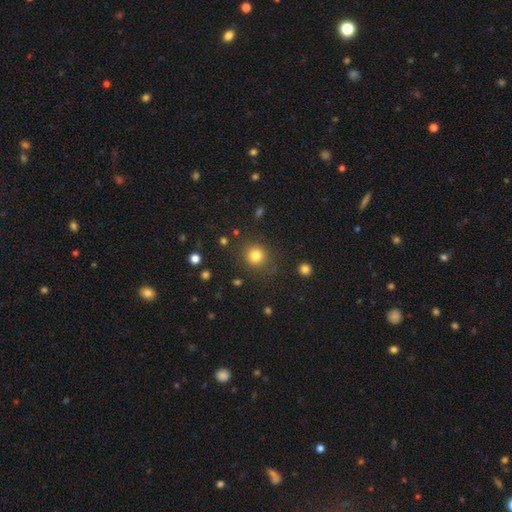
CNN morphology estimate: Smooth or featured? smooth (81%)
How rounded? round (90%)
Merging? none (86%)